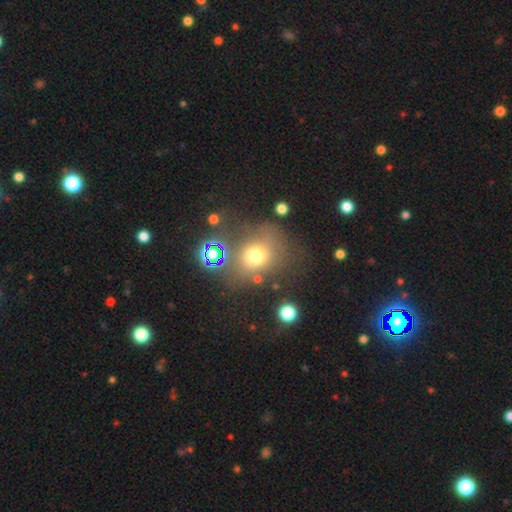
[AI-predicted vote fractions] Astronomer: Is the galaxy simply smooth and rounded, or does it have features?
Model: smooth — 66%.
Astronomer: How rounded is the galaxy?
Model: round — 67%.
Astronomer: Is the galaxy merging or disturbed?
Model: none — 59%.